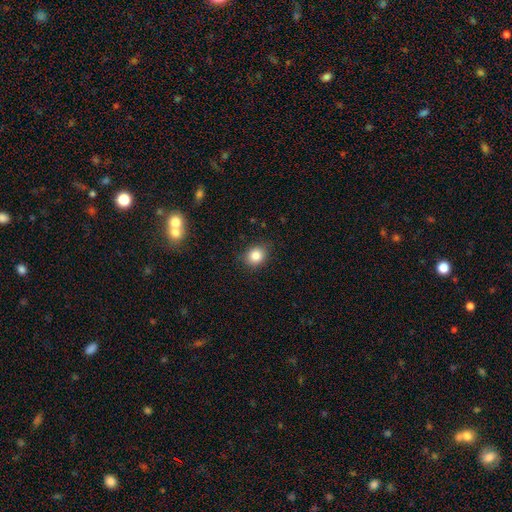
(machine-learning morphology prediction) smooth-or-featured: smooth: 84% | star or artifact: 11% | featured or disk: 5%
  how-rounded: round: 69% | in between: 30% | cigar-shaped: 1%
  merging: none: 85% | minor disturbance: 12% | major disturbance: 3% | merger: 1%